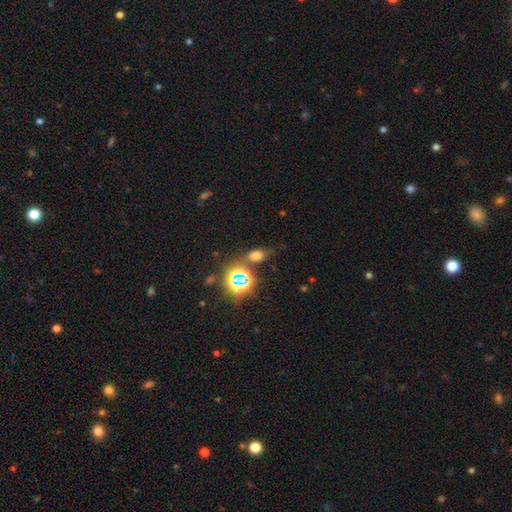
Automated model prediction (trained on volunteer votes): smooth-or-featured: smooth: 59% | star or artifact: 31% | featured or disk: 10%
  how-rounded: in between: 72% | round: 25% | cigar-shaped: 3%
  merging: none: 65% | minor disturbance: 18% | merger: 10% | major disturbance: 7%